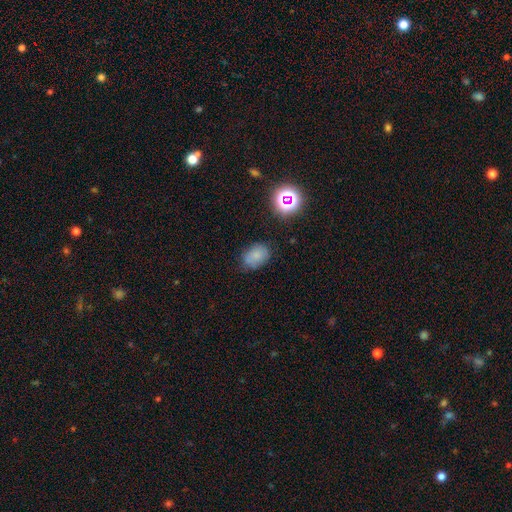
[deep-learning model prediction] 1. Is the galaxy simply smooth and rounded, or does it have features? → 72% smooth, 16% star or artifact, 11% featured or disk.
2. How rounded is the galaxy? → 74% in between, 25% round, 1% cigar-shaped.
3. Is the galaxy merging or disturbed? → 66% none, 23% minor disturbance, 6% major disturbance, 5% merger.